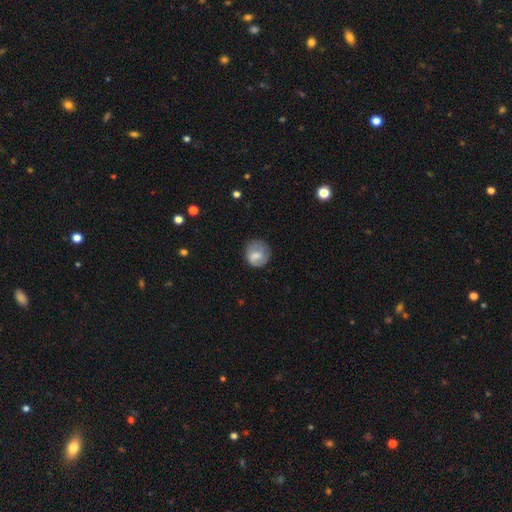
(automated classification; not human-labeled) Smooth or featured: smooth — 67% (featured or disk — 26%)
How rounded: round — 83% (in between — 16%)
Merging: none — 72% (minor disturbance — 19%)